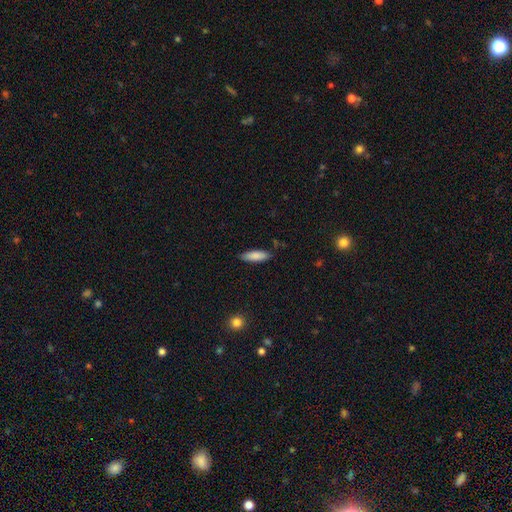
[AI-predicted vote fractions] This is clearly a smooth galaxy (85%). How rounded: possibly in between (51%). Merging: clearly none (84%).